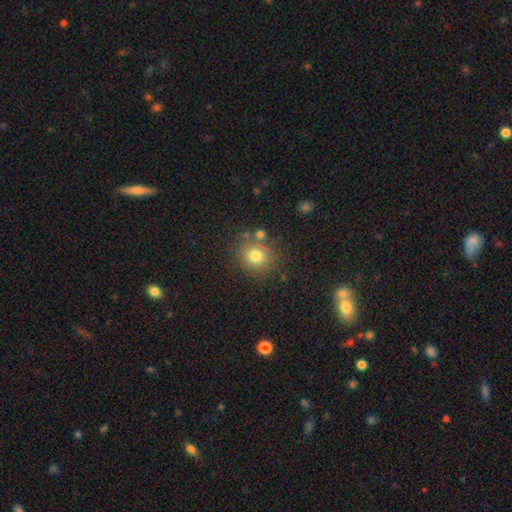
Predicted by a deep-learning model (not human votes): This is likely a smooth galaxy (76%). How rounded: clearly round (83%). Merging: likely none (76%).